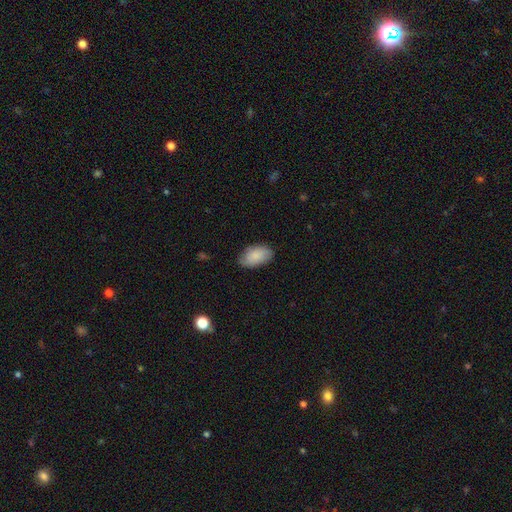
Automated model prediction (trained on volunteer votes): Q: Smooth or featured?
A: smooth (84%); runner-up: featured or disk (10%)
Q: How rounded?
A: in between (94%); runner-up: round (4%)
Q: Merging?
A: none (77%); runner-up: minor disturbance (19%)